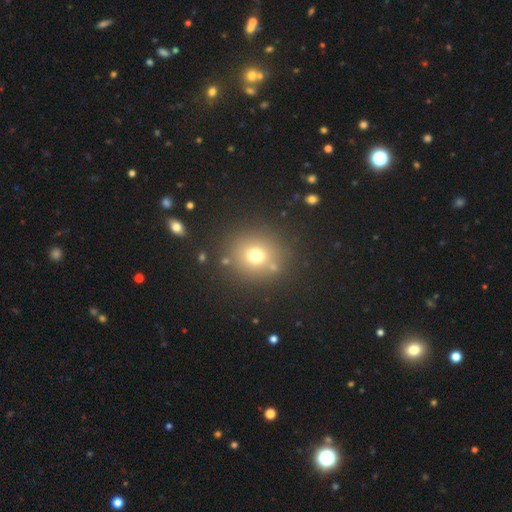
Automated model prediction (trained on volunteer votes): smooth-or-featured: smooth: 70% | star or artifact: 19% | featured or disk: 11%
  how-rounded: round: 84% | in between: 15% | cigar-shaped: 1%
  merging: none: 82% | minor disturbance: 8% | merger: 5% | major disturbance: 4%